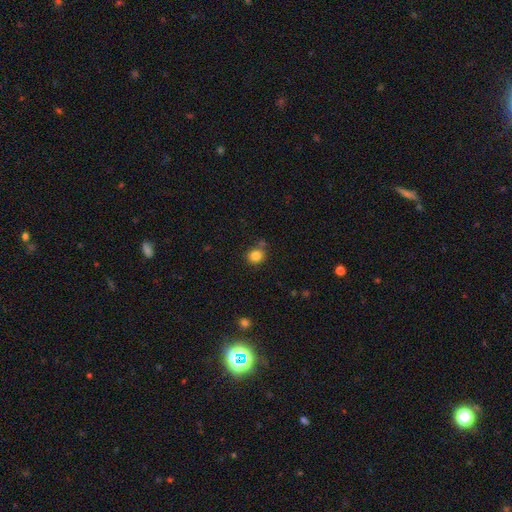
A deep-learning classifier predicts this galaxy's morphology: Smooth or featured?
  - smooth: 84% *
  - star or artifact: 11%
  - featured or disk: 6%
How rounded?
  - round: 77% *
  - in between: 22%
  - cigar-shaped: 1%
Merging?
  - none: 76% *
  - minor disturbance: 12%
  - merger: 9%
  - major disturbance: 3%